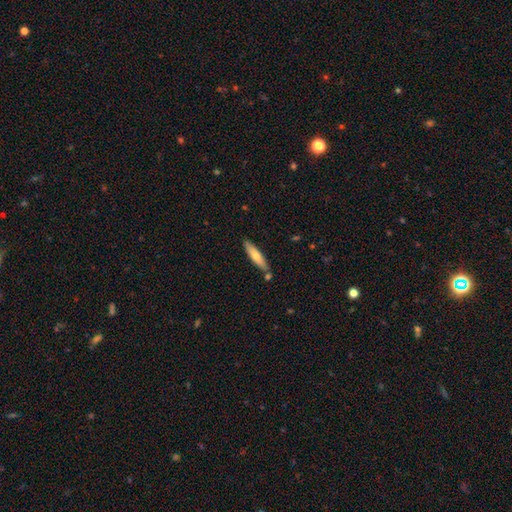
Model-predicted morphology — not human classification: smooth 65%, featured or disk 29%, star or artifact 5%. Down the decision tree: how rounded — cigar-shaped (82%); merging — none (79%).